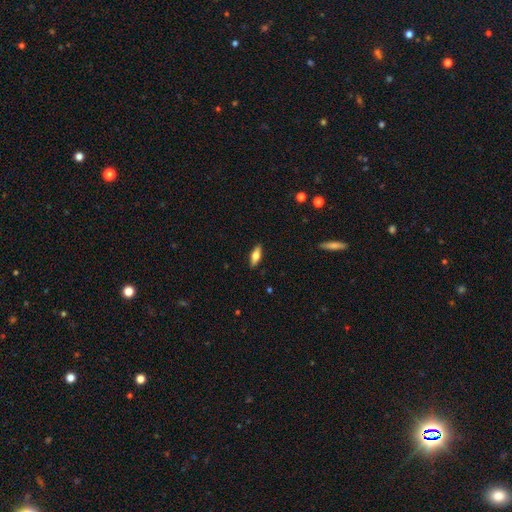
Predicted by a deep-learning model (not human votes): Smooth or featured? Predicted: smooth (p=0.64). How rounded? Predicted: in between (p=0.69). Merging? Predicted: none (p=0.89).